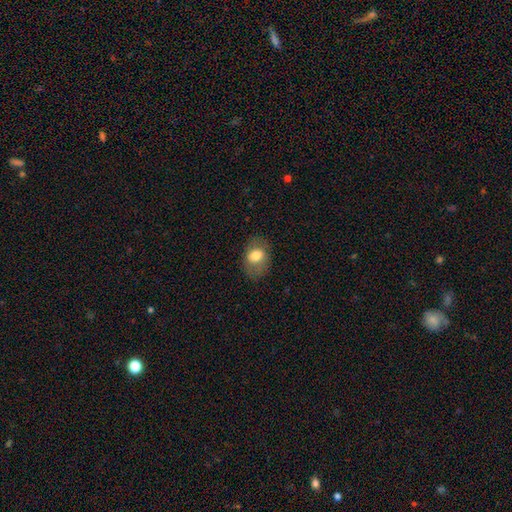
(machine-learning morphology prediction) Overall: smooth (71%). How rounded: in between (73%). Merging: none (77%).